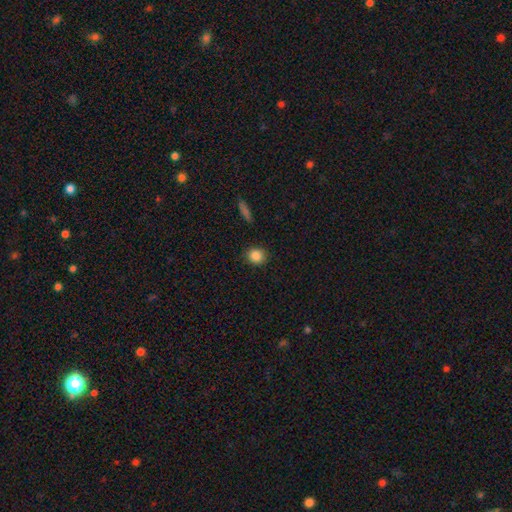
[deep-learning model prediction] smooth 86%, star or artifact 10%, featured or disk 5%. Down the decision tree: how rounded — round (81%); merging — none (88%).